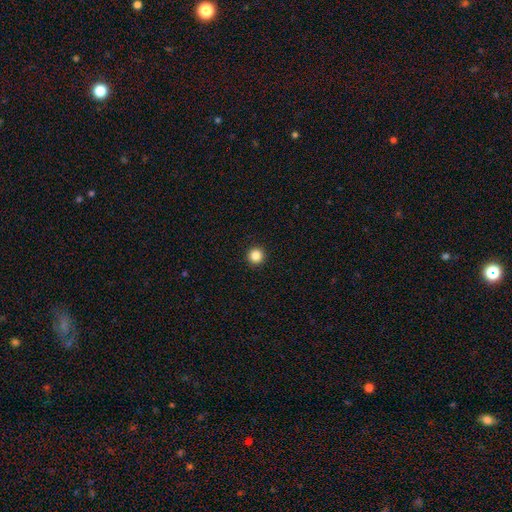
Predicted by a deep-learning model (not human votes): Smooth or featured? Predicted: smooth (p=0.85). How rounded? Predicted: round (p=0.96). Merging? Predicted: none (p=0.94).